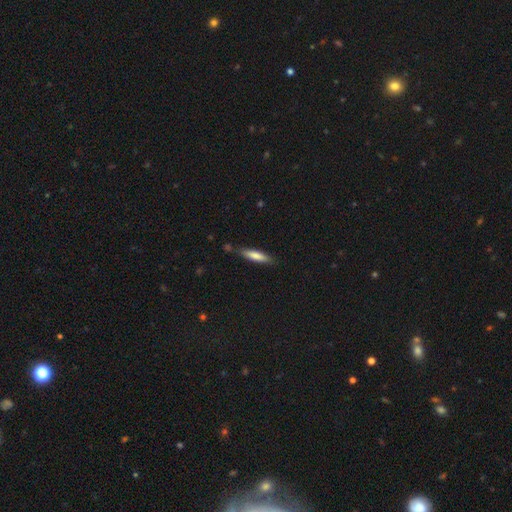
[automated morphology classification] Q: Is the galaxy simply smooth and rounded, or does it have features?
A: smooth — 73%.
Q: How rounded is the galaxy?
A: cigar-shaped — 80%.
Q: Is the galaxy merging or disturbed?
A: none — 80%.